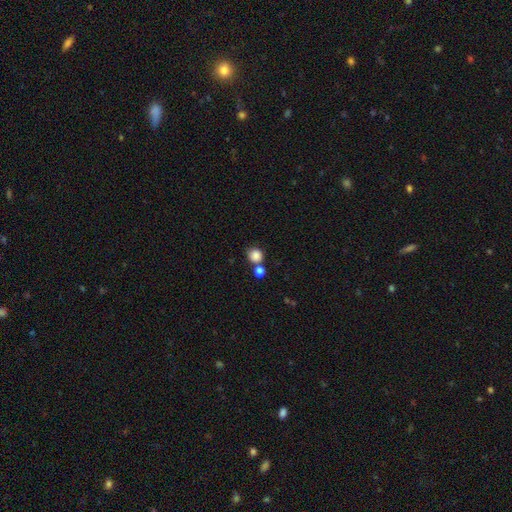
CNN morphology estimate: Q: Smooth or featured?
A: smooth (85%); runner-up: star or artifact (10%)
Q: How rounded?
A: round (84%); runner-up: in between (15%)
Q: Merging?
A: none (59%); runner-up: merger (25%)